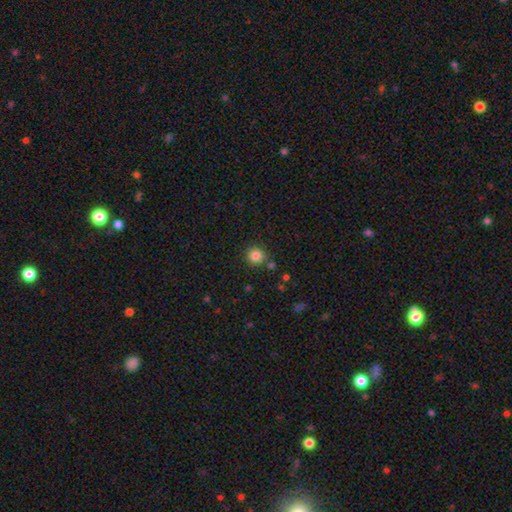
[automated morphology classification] Q: Smooth or featured?
A: smooth (84%); runner-up: star or artifact (11%)
Q: How rounded?
A: round (93%); runner-up: in between (6%)
Q: Merging?
A: none (83%); runner-up: minor disturbance (8%)